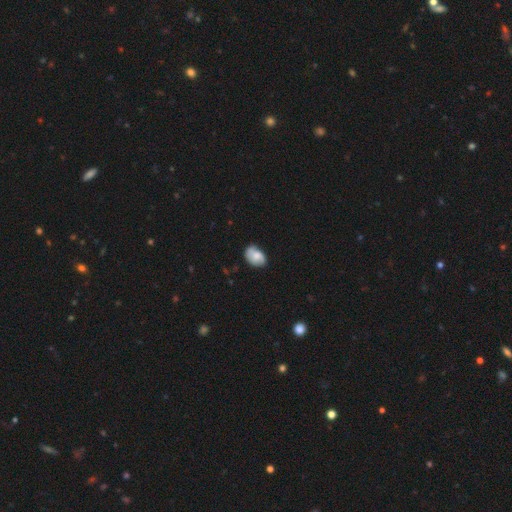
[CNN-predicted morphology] smooth_or_featured: smooth (p=0.67) [alt: featured or disk p=0.26]
how_rounded: in between (p=0.84) [alt: round p=0.15]
merging: none (p=0.61) [alt: minor disturbance p=0.31]